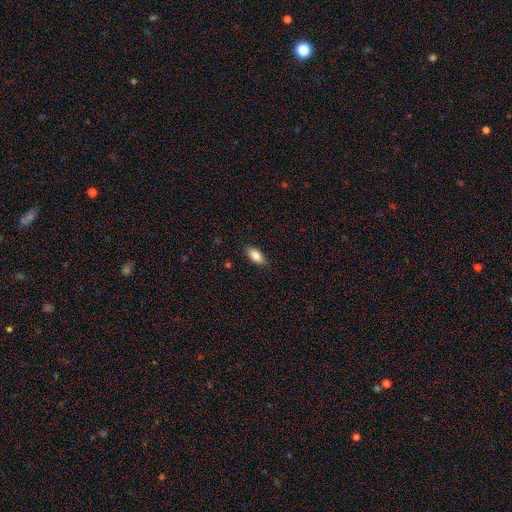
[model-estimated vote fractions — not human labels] Smooth or featured: smooth — 86% (featured or disk — 7%)
How rounded: in between — 89% (cigar-shaped — 8%)
Merging: none — 86% (minor disturbance — 11%)